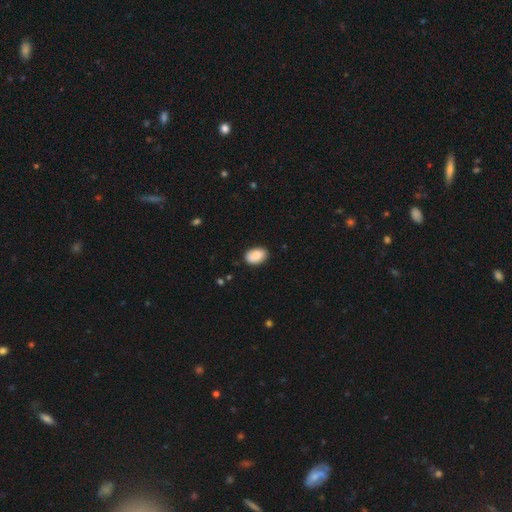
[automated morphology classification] A smooth galaxy with no disk features (86%) that is in between round and cigar-shaped (87%).

Vote fractions:
- Smooth or featured? smooth: 86% / featured or disk: 8% / star or artifact: 7%
- How rounded? in between: 87% / round: 12% / cigar-shaped: 1%
- Merging? none: 83% / minor disturbance: 13% / major disturbance: 2% / merger: 1%